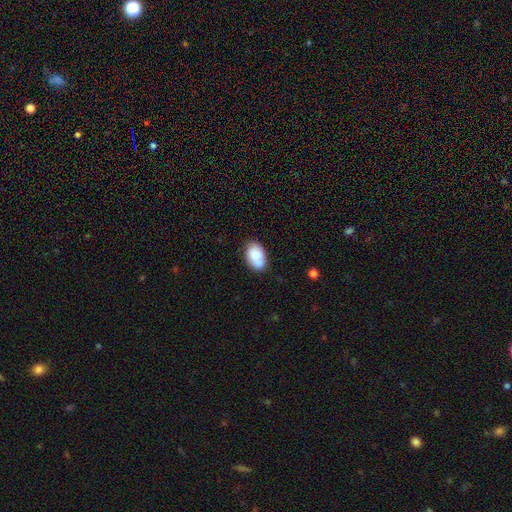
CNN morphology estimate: A smooth galaxy with no disk features (82%) that is in between round and cigar-shaped (89%). Merging: none (73%).